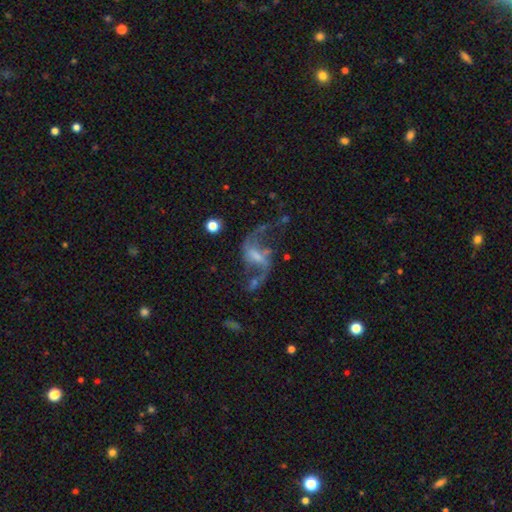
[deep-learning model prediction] A featured or disk galaxy (85%) with a weak bar (51%), 2 (91%) loose (82%) spiral arms (93%) and a small central bulge (40%). Merging: none (57%).